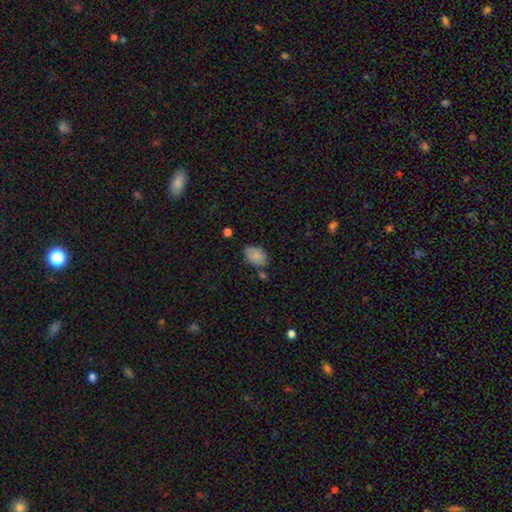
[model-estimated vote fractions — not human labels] Morphology: type=smooth (84%); roundness=in between (85%); merging=none (66%).